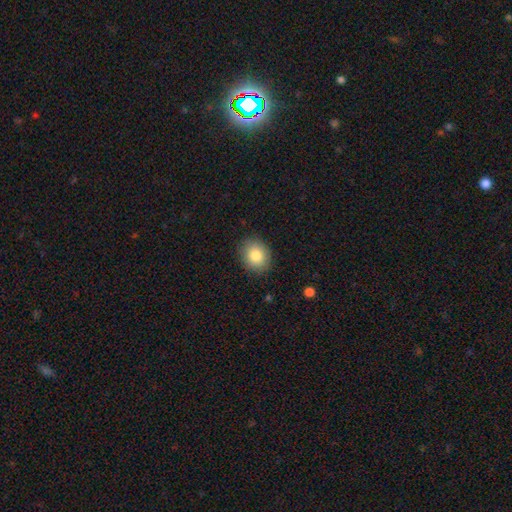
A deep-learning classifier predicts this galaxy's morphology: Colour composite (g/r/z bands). It shows a smooth galaxy with no disk features (83%) that is round (62%). Merging: none (88%).